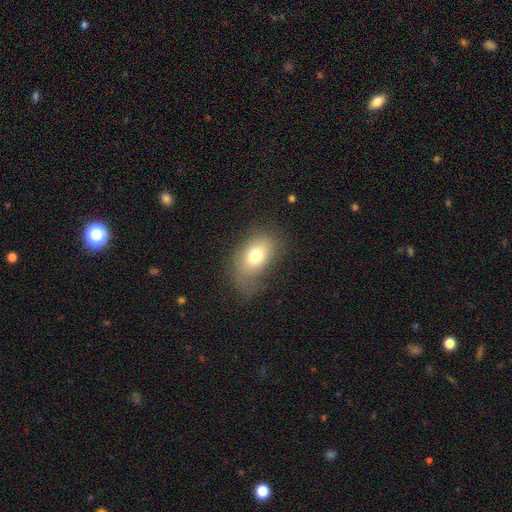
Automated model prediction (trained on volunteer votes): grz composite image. It shows a smooth galaxy with no disk features (72%) that is in between round and cigar-shaped (85%). Merging: none (54%).